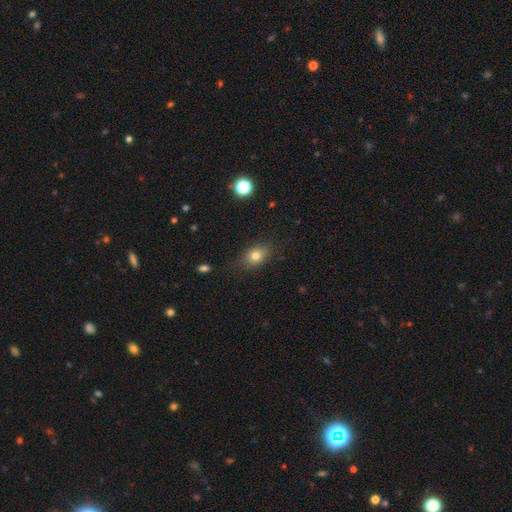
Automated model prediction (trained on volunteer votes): The model was most divided on "how rounded": in between: 65%, round: 33%, cigar-shaped: 2%. More confident: merging — none (80%); smooth or featured — smooth (79%).